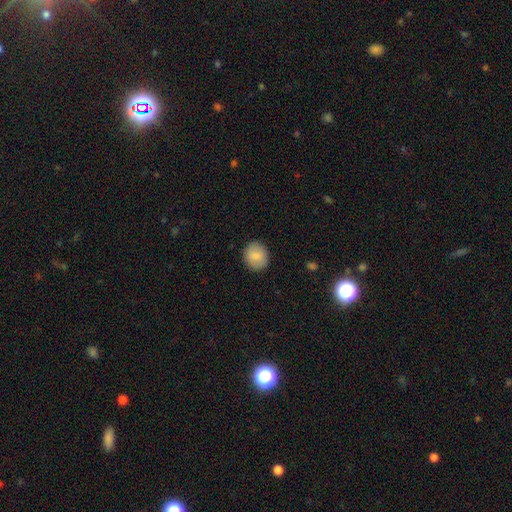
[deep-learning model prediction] Smooth or featured: smooth — 84% (featured or disk — 9%)
How rounded: round — 76% (in between — 23%)
Merging: none — 89% (minor disturbance — 8%)